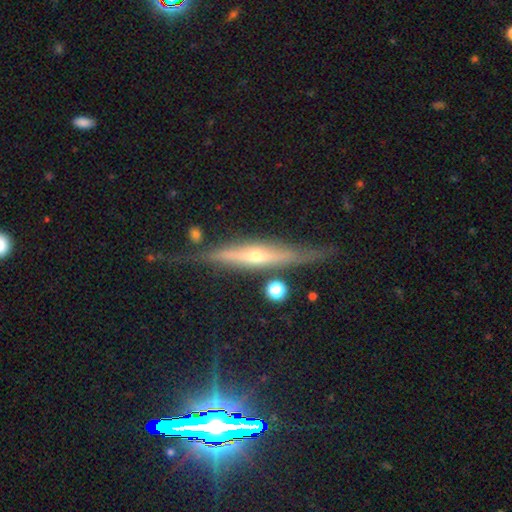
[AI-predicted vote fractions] This is likely a featured or disk galaxy (75%). It is clearly viewed edge-on (94%). Edge-on bulge: clearly rounded (80%). Merging: likely none (77%).